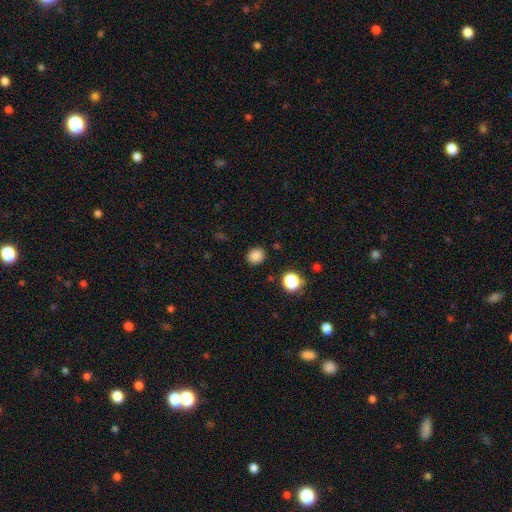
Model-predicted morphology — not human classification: Overall: smooth (84%). How rounded: round (74%). Merging: none (88%).